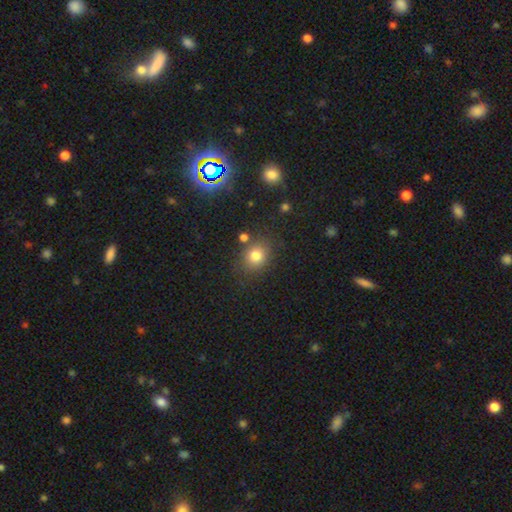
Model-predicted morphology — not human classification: Smooth or featured? smooth (78%)
How rounded? round (66%)
Merging? none (78%)